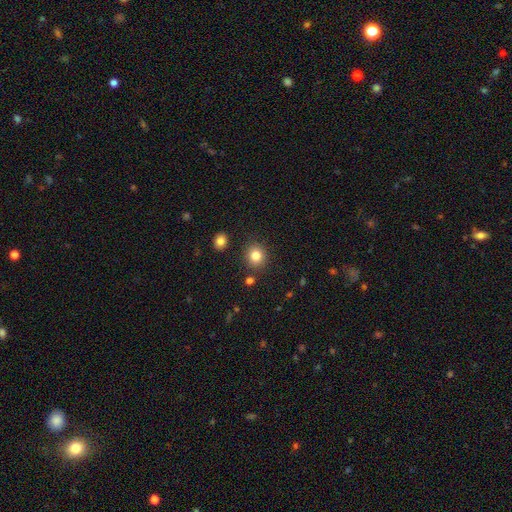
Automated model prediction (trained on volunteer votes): A smooth galaxy with no disk features (83%) that is round (85%). Merging: none (86%).